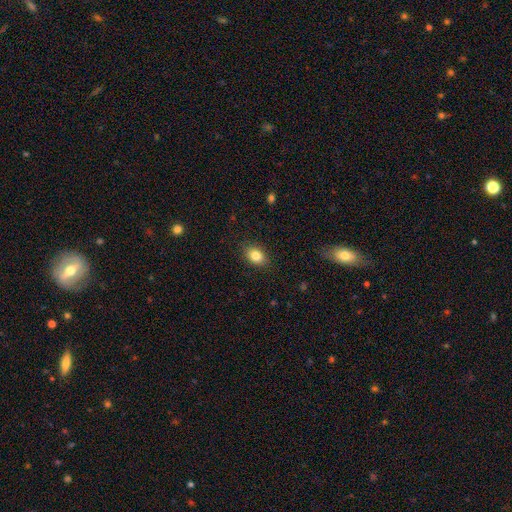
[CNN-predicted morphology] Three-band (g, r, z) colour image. It shows a smooth galaxy with no disk features (83%) that is in between round and cigar-shaped (74%). Merging: none (86%).